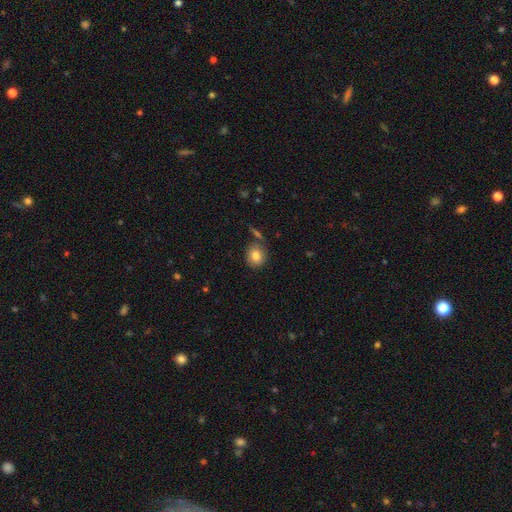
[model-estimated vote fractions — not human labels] smooth_or_featured: smooth (p=0.82) [alt: featured or disk p=0.10]
how_rounded: round (p=0.76) [alt: in between p=0.23]
merging: none (p=0.75) [alt: minor disturbance p=0.12]